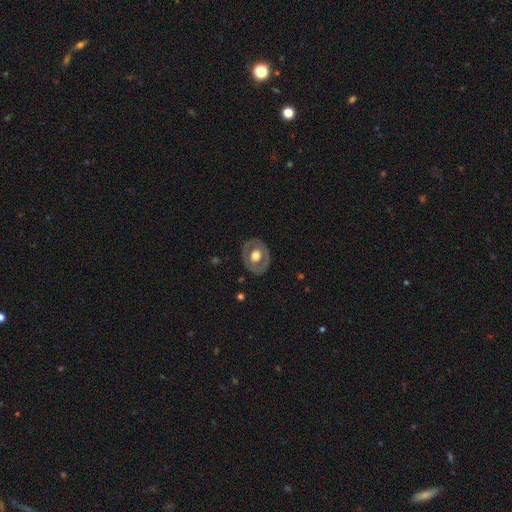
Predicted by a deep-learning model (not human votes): Smooth or featured? featured or disk (55%)
Edge-on disk? no (93%)
Bar? no (85%)
Spiral arms? no (88%)
Bulge size? large (49%)
Merging? none (82%)